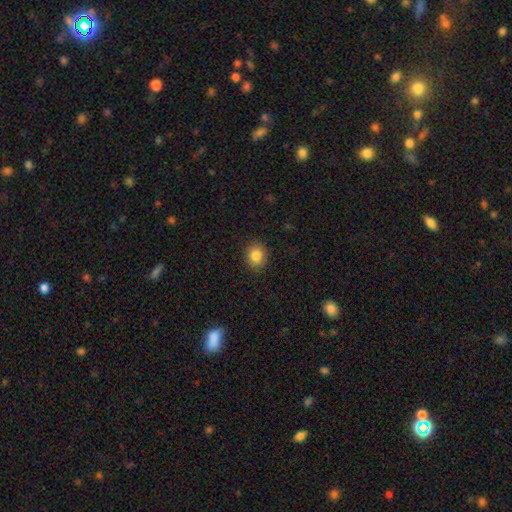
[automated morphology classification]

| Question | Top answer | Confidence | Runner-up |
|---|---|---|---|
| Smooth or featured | smooth | 85% | star or artifact (10%) |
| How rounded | round | 72% | in between (27%) |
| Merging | none | 90% | minor disturbance (7%) |